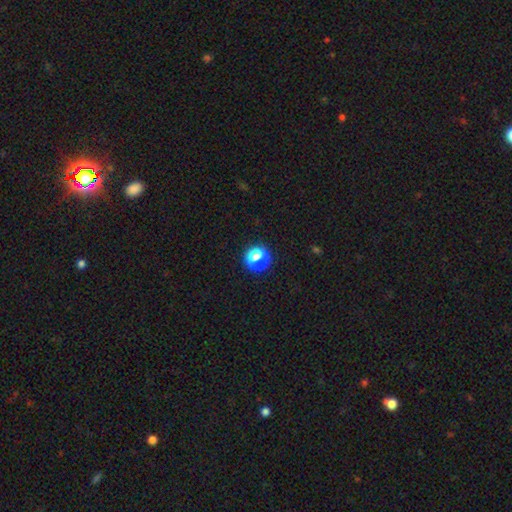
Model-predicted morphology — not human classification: This is likely a smooth galaxy (74%). How rounded: clearly round (94%). Merging: clearly none (87%).